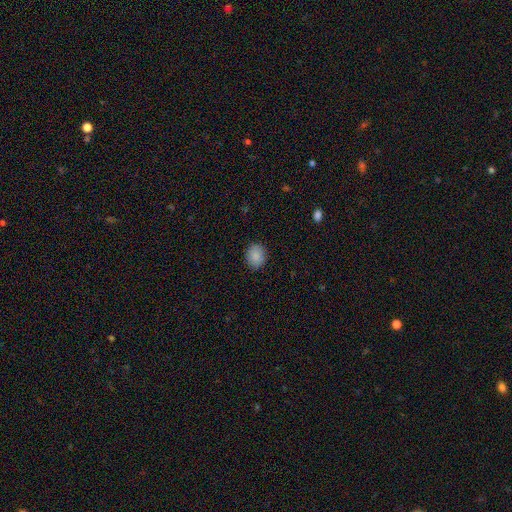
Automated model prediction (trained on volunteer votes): Smooth or featured? smooth (88%)
How rounded? round (57%)
Merging? none (89%)